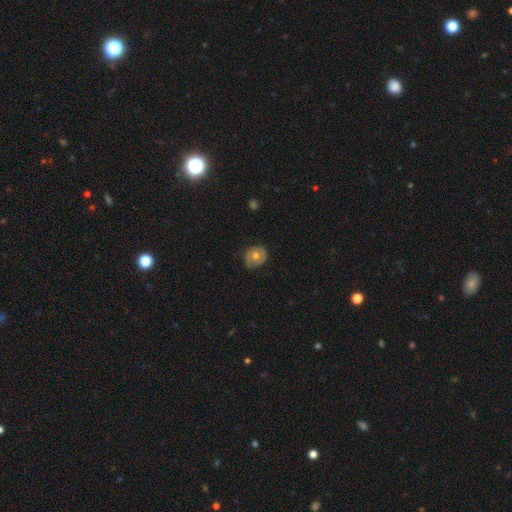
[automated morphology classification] Smooth or featured: smooth — 54% (featured or disk — 38%)
How rounded: round — 68% (in between — 31%)
Merging: none — 75% (minor disturbance — 20%)